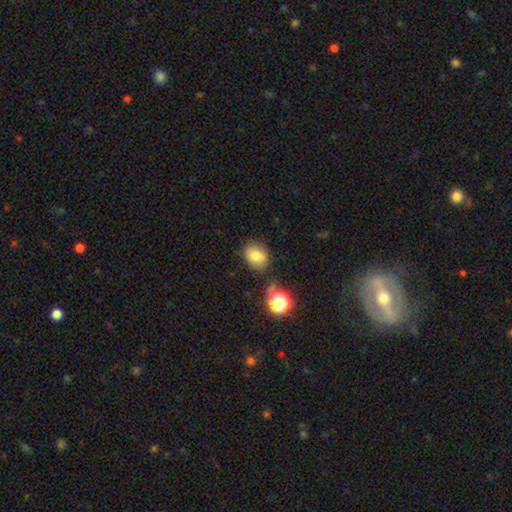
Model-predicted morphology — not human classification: Smooth or featured? smooth (78%)
How rounded? in between (53%)
Merging? none (69%)